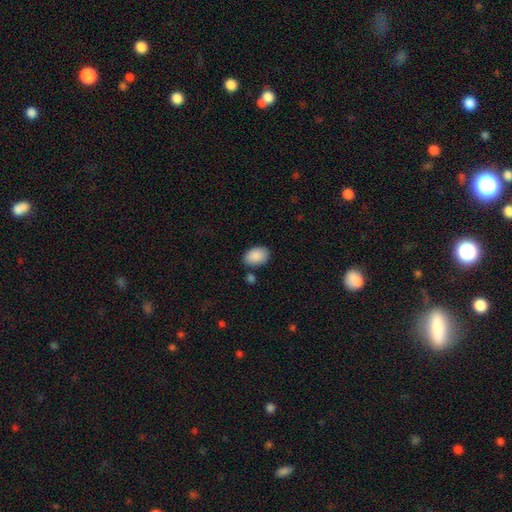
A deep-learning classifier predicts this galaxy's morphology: The model was most divided on "merging": none: 79%, minor disturbance: 13%, merger: 5%, major disturbance: 3%. More confident: smooth or featured — smooth (90%); how rounded — in between (89%).